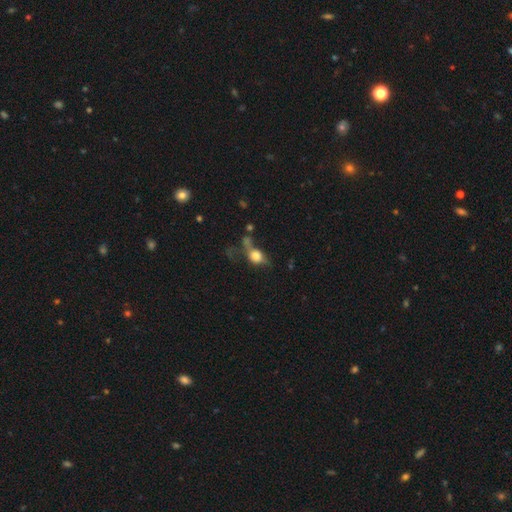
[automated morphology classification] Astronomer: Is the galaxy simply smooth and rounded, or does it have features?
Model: smooth — 66%.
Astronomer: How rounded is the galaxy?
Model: round — 54% (runner-up: in between, 42%).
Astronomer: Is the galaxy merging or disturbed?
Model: none — 30% (runner-up: major disturbance, 29%).